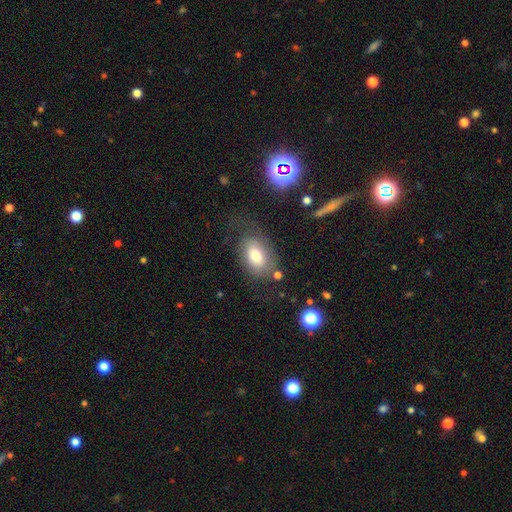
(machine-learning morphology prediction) Smooth or featured?
  - smooth: 69% *
  - featured or disk: 22%
  - star or artifact: 9%
How rounded?
  - in between: 86% *
  - round: 13%
  - cigar-shaped: 1%
Merging?
  - none: 57% *
  - minor disturbance: 22%
  - major disturbance: 17%
  - merger: 4%